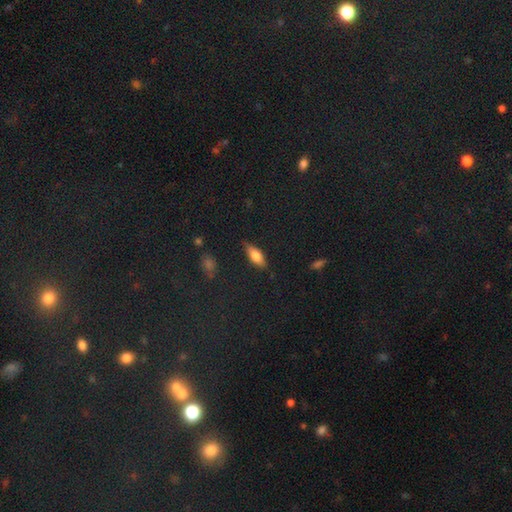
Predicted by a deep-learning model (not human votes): Smooth or featured?
  - smooth: 65% *
  - featured or disk: 27%
  - star or artifact: 8%
How rounded?
  - in between: 66% *
  - cigar-shaped: 31%
  - round: 3%
Merging?
  - none: 82% *
  - minor disturbance: 14%
  - major disturbance: 3%
  - merger: 1%